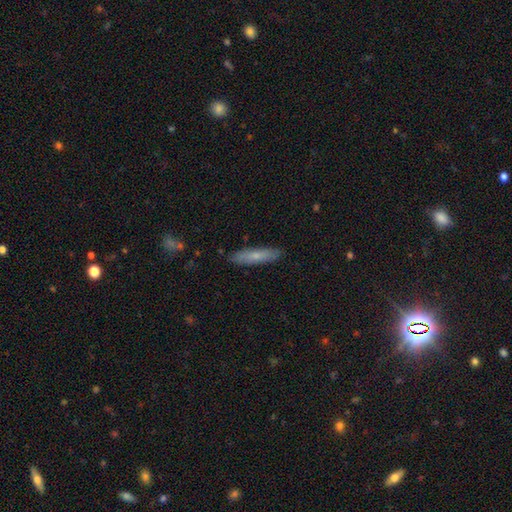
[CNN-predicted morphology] This appears to be a smooth galaxy with no disk features (64%) that is cigar-shaped (83%). Merging: none (88%).